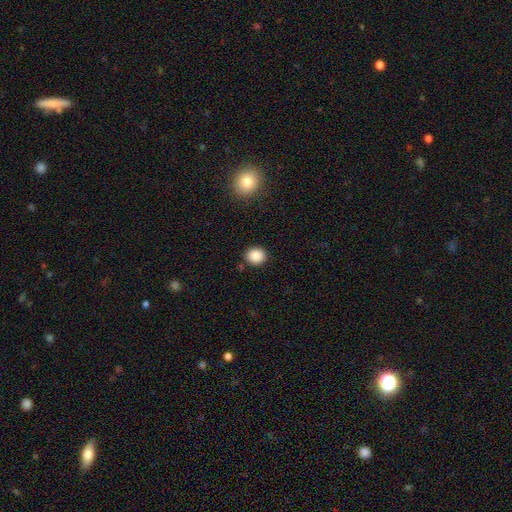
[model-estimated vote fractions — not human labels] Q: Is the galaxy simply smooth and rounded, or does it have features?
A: smooth — 87%.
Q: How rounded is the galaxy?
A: round — 72%.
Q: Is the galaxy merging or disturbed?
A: none — 87%.